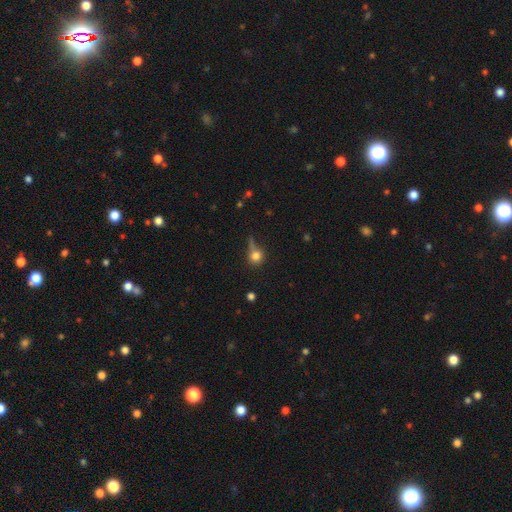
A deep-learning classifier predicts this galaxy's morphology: This appears to be a smooth galaxy with no disk features (77%) that is round (85%). Merging: none (53%).